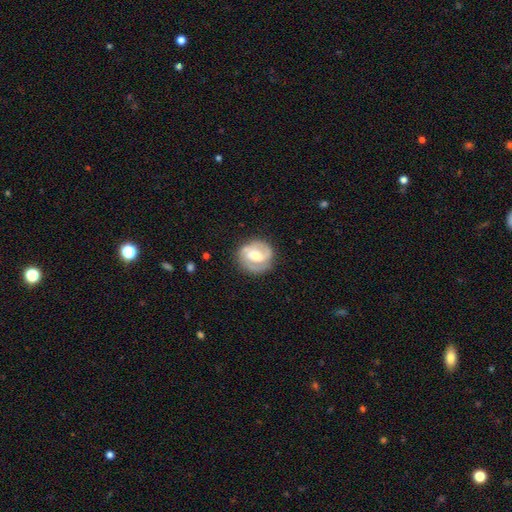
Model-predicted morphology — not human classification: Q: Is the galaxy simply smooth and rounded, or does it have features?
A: featured or disk — 68%.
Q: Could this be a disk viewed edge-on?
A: no — 97%.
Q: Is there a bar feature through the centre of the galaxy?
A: weak — 44%.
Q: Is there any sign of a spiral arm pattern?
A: yes — 79%.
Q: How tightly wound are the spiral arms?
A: tight — 47%.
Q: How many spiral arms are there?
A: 2 — 69%.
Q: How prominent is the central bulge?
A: moderate — 65%.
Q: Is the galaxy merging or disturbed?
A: none — 75%.